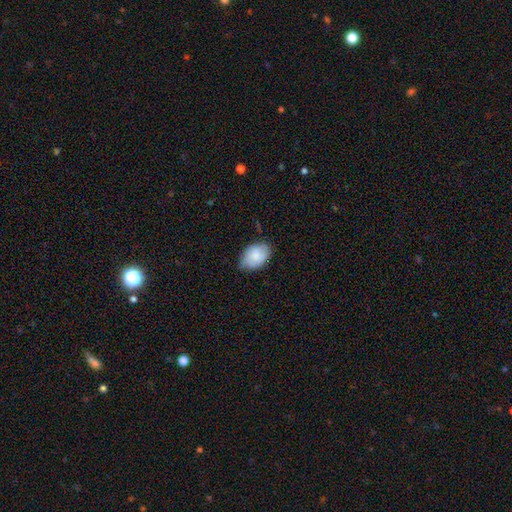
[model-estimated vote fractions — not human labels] Smooth or featured? smooth (83%)
How rounded? in between (86%)
Merging? none (62%)